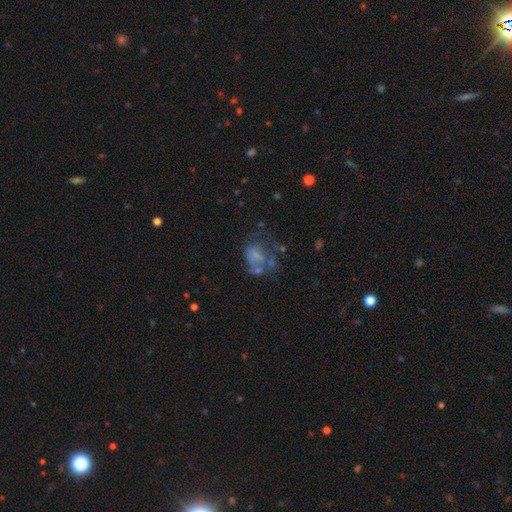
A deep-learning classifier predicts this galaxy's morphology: type=featured or disk (45%); merging=major disturbance (40%).